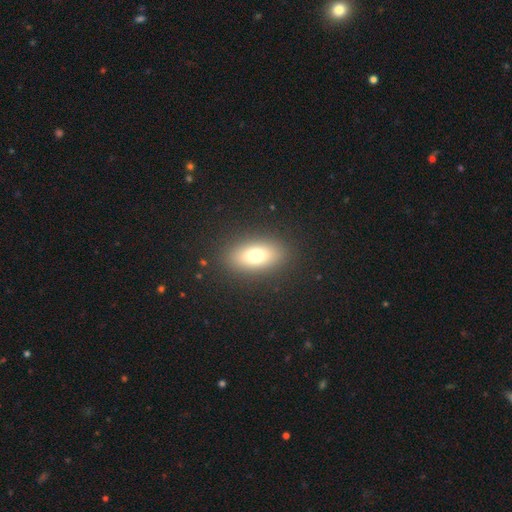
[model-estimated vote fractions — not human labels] A smooth galaxy with no disk features (73%) that is in between round and cigar-shaped (84%). Merging: none (88%).